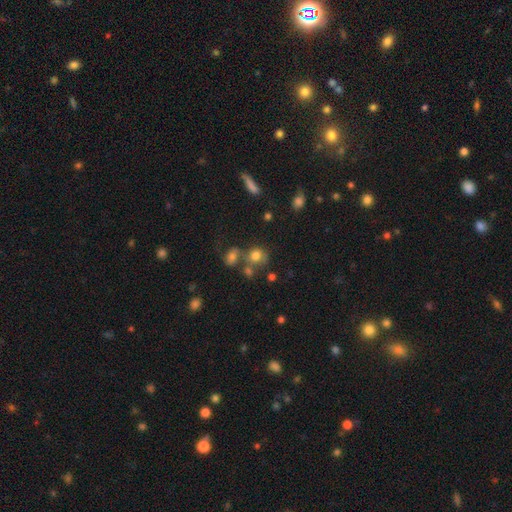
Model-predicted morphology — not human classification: Q: Smooth or featured?
A: smooth (74%); runner-up: star or artifact (14%)
Q: How rounded?
A: round (74%); runner-up: in between (25%)
Q: Merging?
A: none (49%); runner-up: merger (28%)